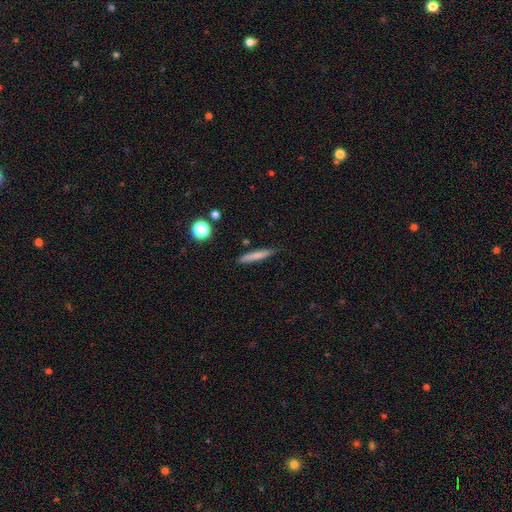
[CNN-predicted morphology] smooth_or_featured: smooth (p=0.74) [alt: featured or disk p=0.18]
how_rounded: cigar-shaped (p=0.93) [alt: in between p=0.05]
merging: none (p=0.85) [alt: minor disturbance p=0.10]